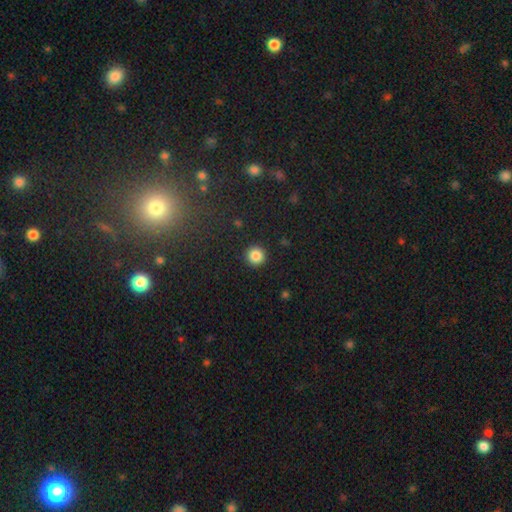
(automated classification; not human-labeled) Q: Smooth or featured?
A: smooth (86%); runner-up: star or artifact (10%)
Q: How rounded?
A: round (96%); runner-up: in between (3%)
Q: Merging?
A: none (93%); runner-up: minor disturbance (4%)